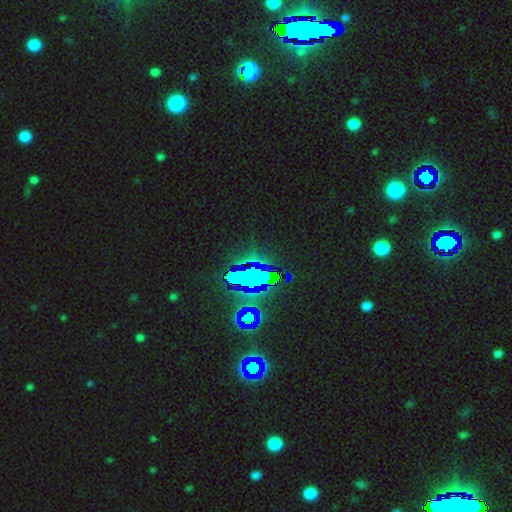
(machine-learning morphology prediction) A star or artifact, not a galaxy (83%).